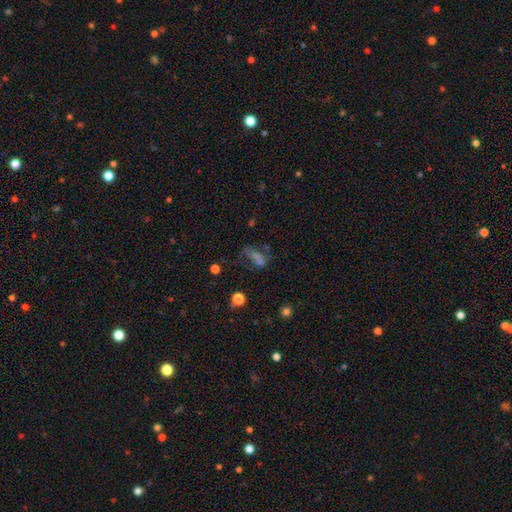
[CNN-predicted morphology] This is marginally a smooth galaxy (40%). Merging: marginally none (38%).